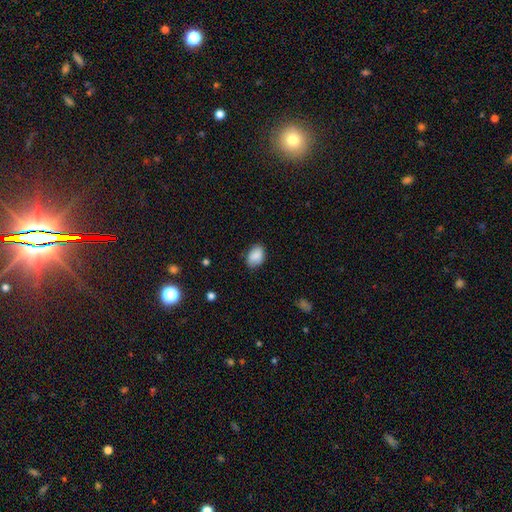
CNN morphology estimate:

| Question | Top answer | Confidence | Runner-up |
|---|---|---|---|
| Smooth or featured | smooth | 88% | star or artifact (7%) |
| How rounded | in between | 82% | round (17%) |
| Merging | none | 77% | minor disturbance (18%) |